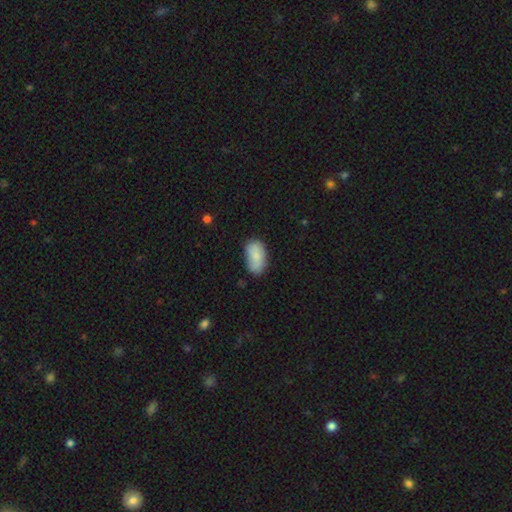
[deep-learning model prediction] Morphology: type=smooth (81%); roundness=in between (93%); merging=none (69%).